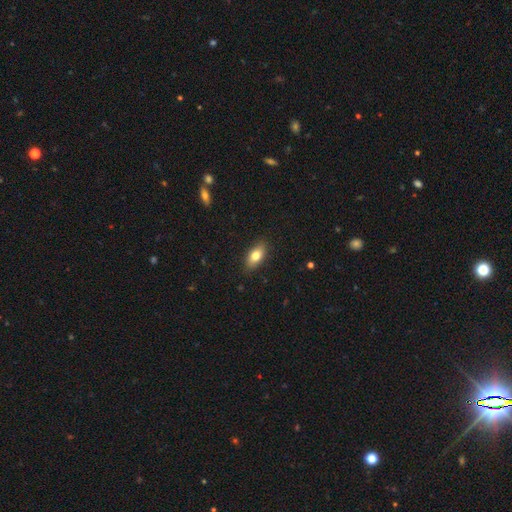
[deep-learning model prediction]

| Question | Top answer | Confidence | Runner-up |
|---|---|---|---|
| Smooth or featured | smooth | 78% | featured or disk (15%) |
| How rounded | in between | 87% | cigar-shaped (8%) |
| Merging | none | 87% | minor disturbance (10%) |